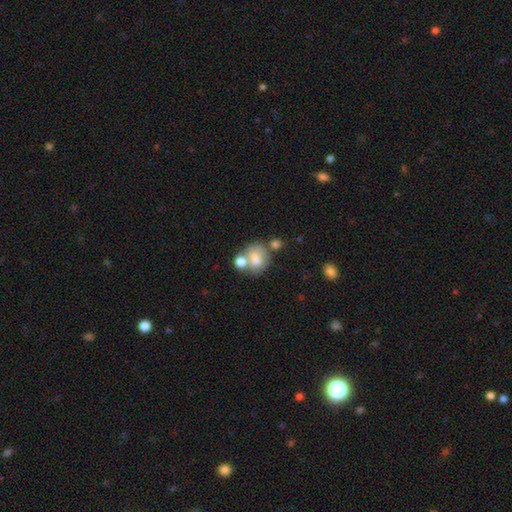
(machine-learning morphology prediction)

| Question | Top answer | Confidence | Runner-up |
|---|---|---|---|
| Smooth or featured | smooth | 69% | featured or disk (20%) |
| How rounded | round | 59% | in between (40%) |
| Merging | none | 43% | merger (36%) |